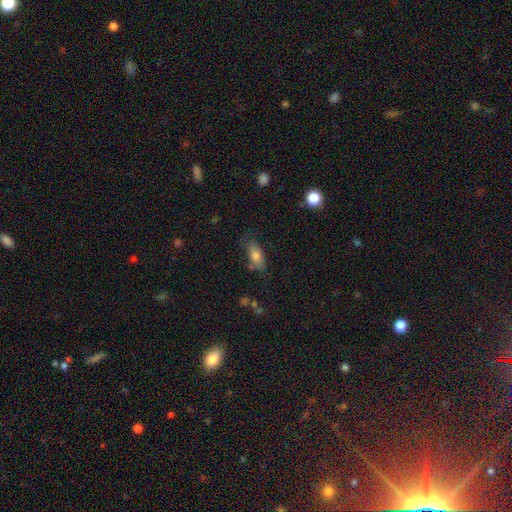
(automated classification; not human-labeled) A smooth galaxy with no disk features (79%) that is in between round and cigar-shaped (80%). Merging: none (64%).